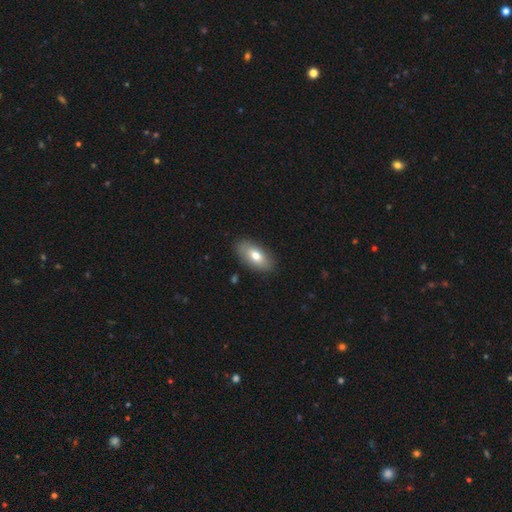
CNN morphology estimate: Smooth or featured? smooth (75%)
How rounded? in between (91%)
Merging? none (87%)